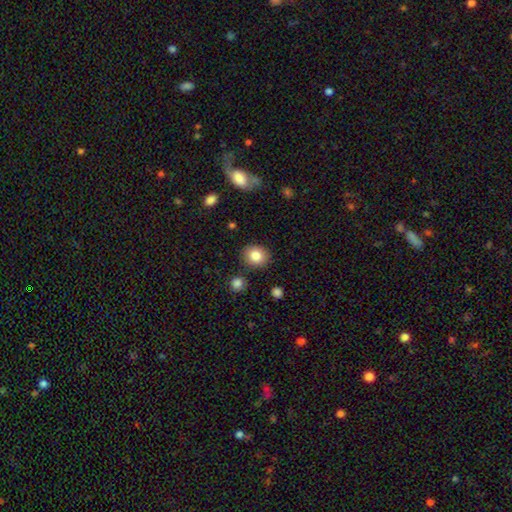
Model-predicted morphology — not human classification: Smooth or featured? Predicted: smooth (p=0.83). How rounded? Predicted: round (p=0.72). Merging? Predicted: none (p=0.86).